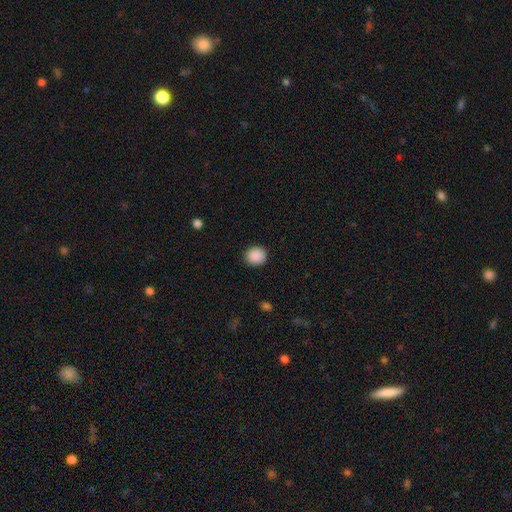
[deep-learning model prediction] Smooth or featured? smooth (89%)
How rounded? round (82%)
Merging? none (89%)